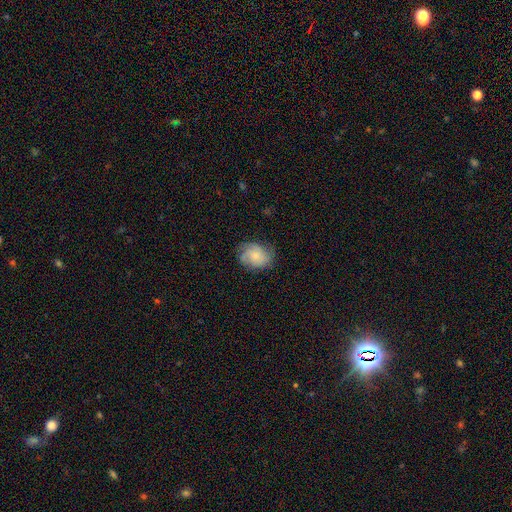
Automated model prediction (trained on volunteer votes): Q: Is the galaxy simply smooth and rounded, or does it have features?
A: smooth — 47%.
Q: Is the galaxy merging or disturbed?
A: none — 70%.